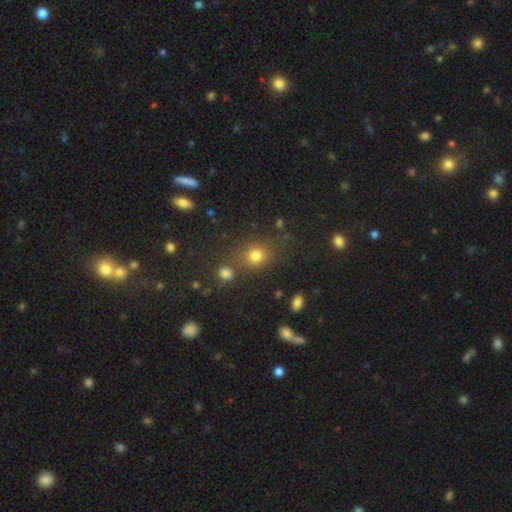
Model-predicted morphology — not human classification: Smooth or featured? smooth (75%)
How rounded? round (74%)
Merging? none (70%)